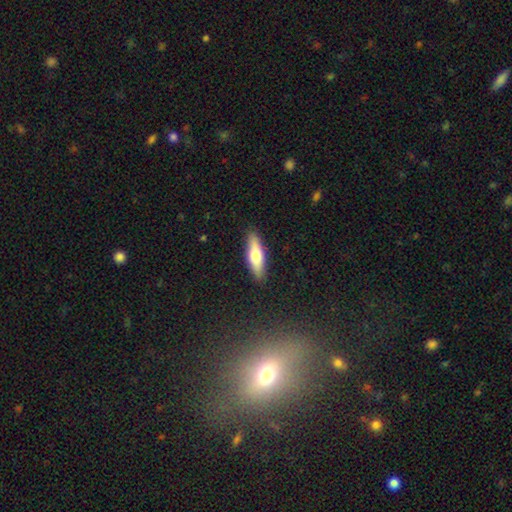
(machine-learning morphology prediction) Smooth or featured: smooth — 61% (featured or disk — 33%)
How rounded: cigar-shaped — 61% (in between — 37%)
Merging: none — 89% (minor disturbance — 8%)